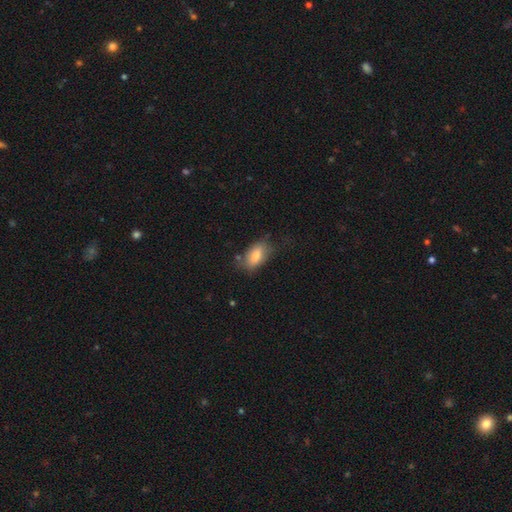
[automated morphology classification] smooth_or_featured: smooth (p=0.80) [alt: featured or disk p=0.13]
how_rounded: in between (p=0.91) [alt: round p=0.06]
merging: none (p=0.66) [alt: minor disturbance p=0.24]